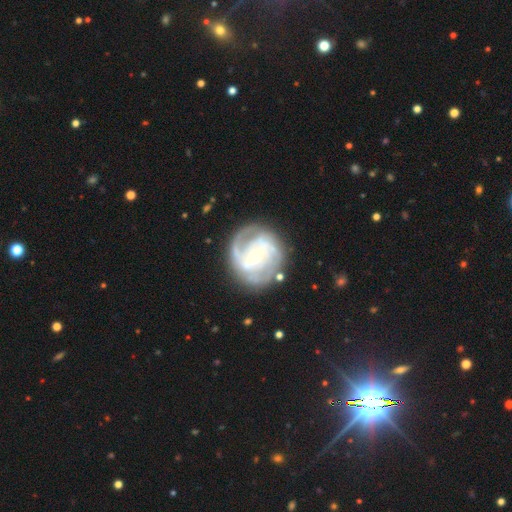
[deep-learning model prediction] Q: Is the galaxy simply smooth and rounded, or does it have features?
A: featured or disk — 88%.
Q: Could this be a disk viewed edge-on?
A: no — 98%.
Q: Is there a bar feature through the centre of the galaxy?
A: weak — 47%.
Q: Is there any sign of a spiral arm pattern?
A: yes — 96%.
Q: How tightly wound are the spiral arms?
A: tight — 57%.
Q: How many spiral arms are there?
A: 2 — 40%.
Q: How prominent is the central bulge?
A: moderate — 56%.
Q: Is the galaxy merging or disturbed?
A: none — 77%.